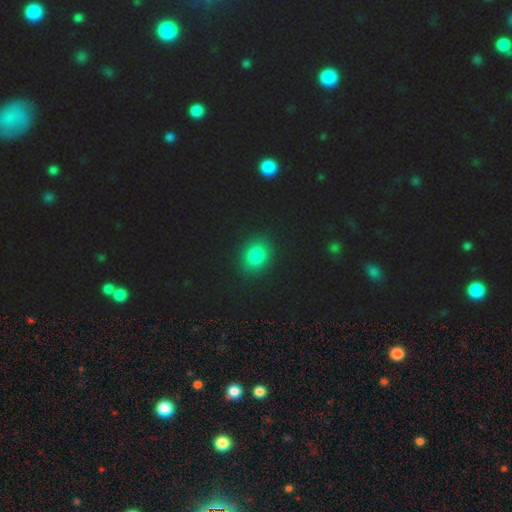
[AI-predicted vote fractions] Q: Smooth or featured?
A: smooth (79%); runner-up: star or artifact (16%)
Q: How rounded?
A: round (54%); runner-up: in between (44%)
Q: Merging?
A: none (89%); runner-up: minor disturbance (7%)